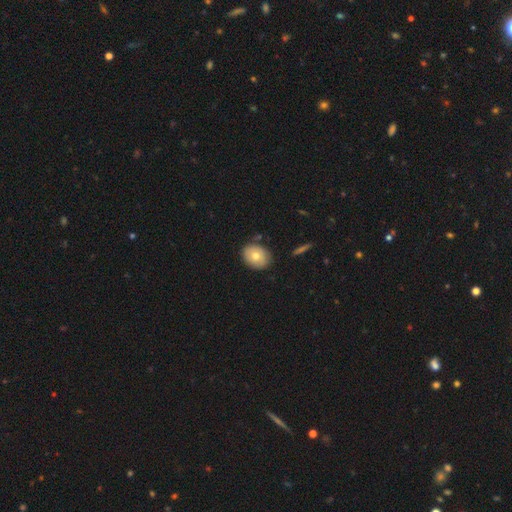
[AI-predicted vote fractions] smooth-or-featured: smooth: 71% | featured or disk: 21% | star or artifact: 8%
  how-rounded: in between: 51% | round: 48% | cigar-shaped: 1%
  merging: none: 81% | minor disturbance: 13% | merger: 3% | major disturbance: 3%